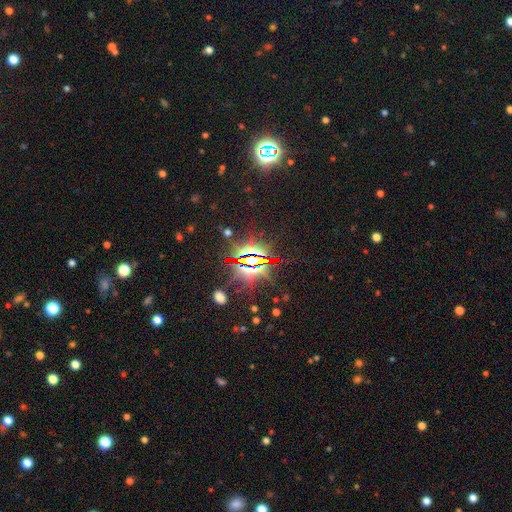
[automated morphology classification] Q: Smooth or featured?
A: star or artifact (85%); runner-up: featured or disk (8%)